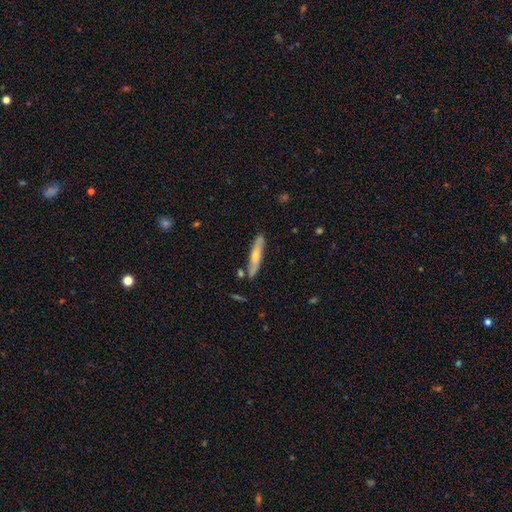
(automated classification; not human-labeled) smooth_or_featured: smooth (p=0.52) [alt: featured or disk p=0.43]
how_rounded: cigar-shaped (p=0.87) [alt: in between p=0.11]
merging: none (p=0.81) [alt: minor disturbance p=0.12]